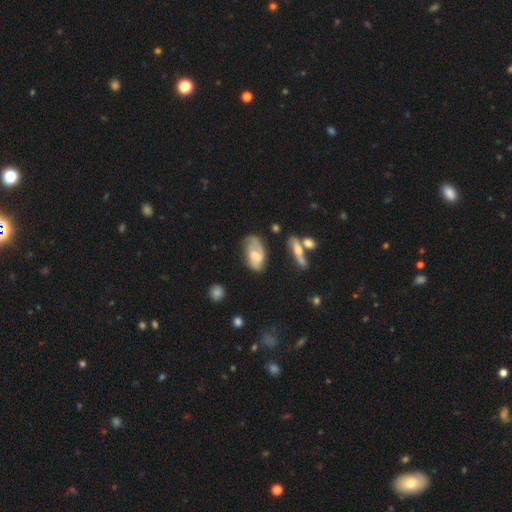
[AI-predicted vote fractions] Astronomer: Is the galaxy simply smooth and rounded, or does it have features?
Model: featured or disk — 55% (runner-up: smooth, 37%).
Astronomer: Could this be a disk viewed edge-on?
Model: no — 92%.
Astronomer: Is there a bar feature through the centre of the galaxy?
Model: no — 50% (runner-up: weak, 41%).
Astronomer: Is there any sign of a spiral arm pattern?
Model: yes — 82%.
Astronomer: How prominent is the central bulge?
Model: moderate — 40% (runner-up: small, 35%).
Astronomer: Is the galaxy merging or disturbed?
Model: none — 50% (runner-up: minor disturbance, 28%).